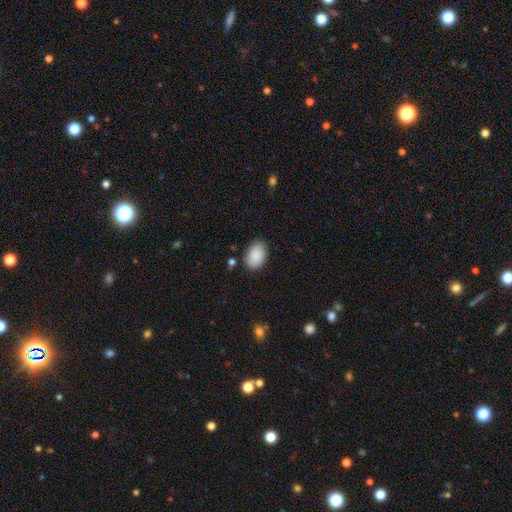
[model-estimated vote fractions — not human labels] Overall: smooth (89%). How rounded: in between (88%). Merging: none (80%).